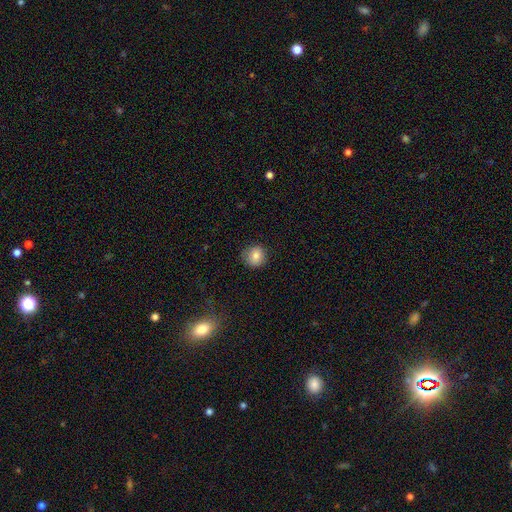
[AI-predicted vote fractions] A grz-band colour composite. It shows a smooth galaxy with no disk features (82%) that is round (88%). Merging: none (84%).